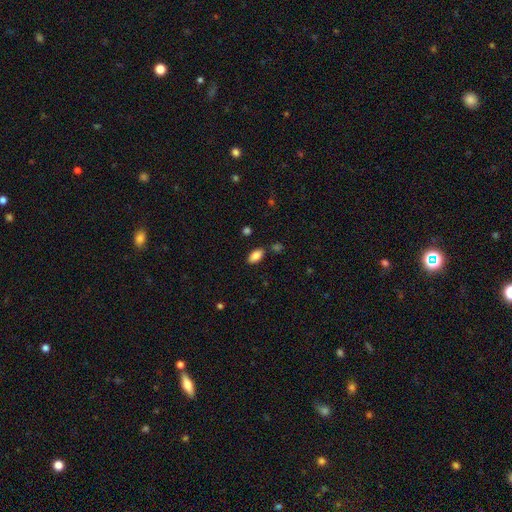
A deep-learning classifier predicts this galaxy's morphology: smooth-or-featured: smooth: 85% | star or artifact: 8% | featured or disk: 7%
  how-rounded: in between: 93% | round: 4% | cigar-shaped: 3%
  merging: none: 83% | minor disturbance: 10% | merger: 4% | major disturbance: 2%